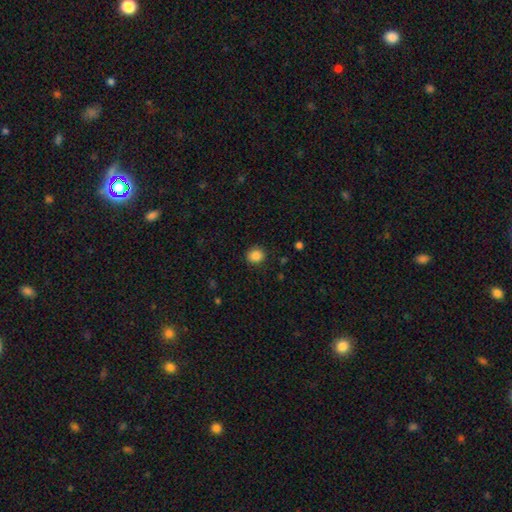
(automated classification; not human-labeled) This is clearly a smooth galaxy (87%). How rounded: likely round (74%). Merging: clearly none (88%).